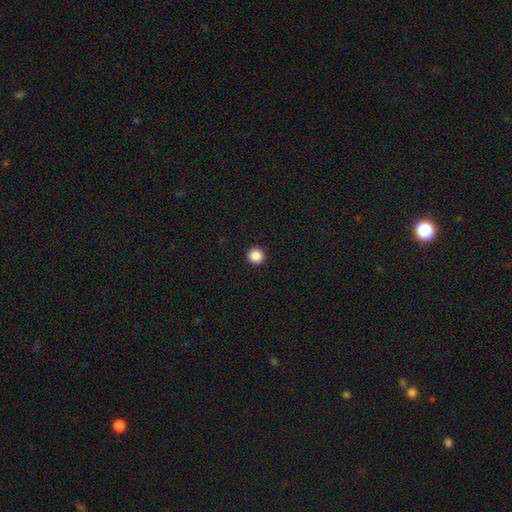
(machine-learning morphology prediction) smooth-or-featured: smooth: 88% | star or artifact: 10% | featured or disk: 2%
  how-rounded: round: 95% | in between: 4% | cigar-shaped: 1%
  merging: none: 94% | minor disturbance: 4% | major disturbance: 1% | merger: 1%